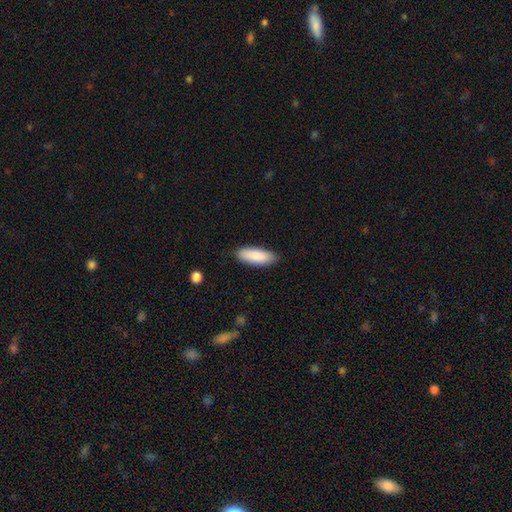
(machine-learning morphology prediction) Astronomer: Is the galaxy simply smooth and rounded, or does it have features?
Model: smooth — 87%.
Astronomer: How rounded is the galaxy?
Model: in between — 72%.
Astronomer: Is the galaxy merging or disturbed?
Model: none — 86%.